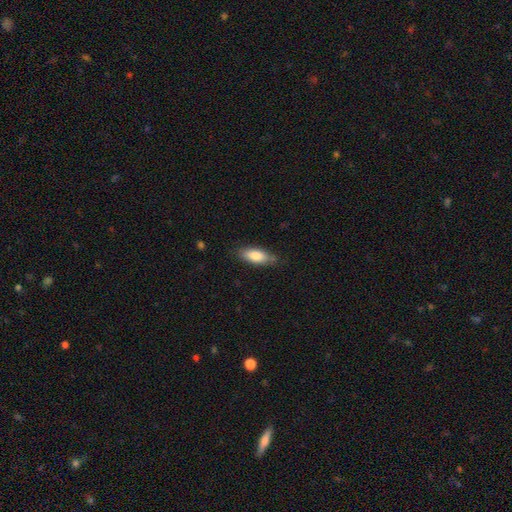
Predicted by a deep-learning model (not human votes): The model was most divided on "how rounded": in between: 76%, cigar-shaped: 22%, round: 2%. More confident: smooth or featured — smooth (81%); merging — none (78%).